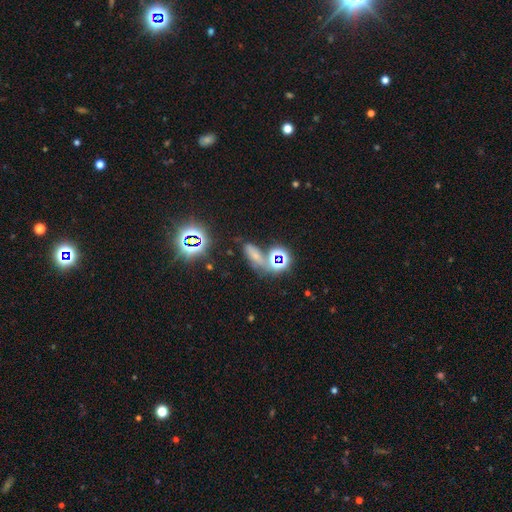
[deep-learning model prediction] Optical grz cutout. It shows a smooth galaxy with no disk features (42%, tied with star or artifact). Merging: none (53%).